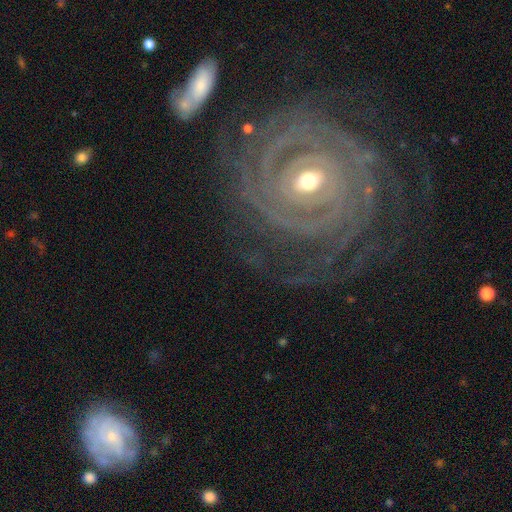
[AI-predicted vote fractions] This is clearly a featured or disk galaxy (88%). It is clearly not viewed edge-on (97%). Bar: possibly no (48%). Spiral arm pattern: clearly yes (96%). Spiral arm count: marginally can't tell (24%). Spiral winding: clearly tight (85%). Central bulge: possibly moderate (54%). Merging: likely none (73%).